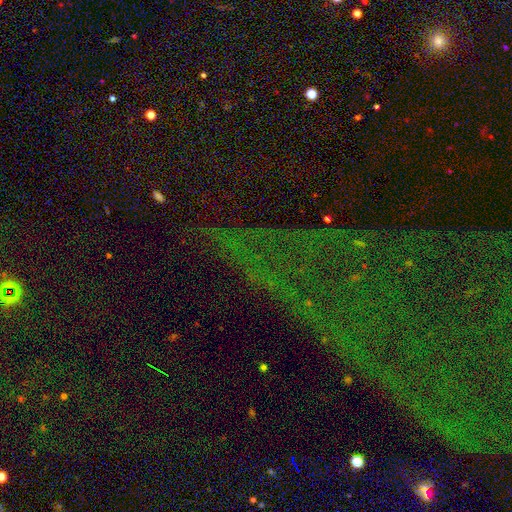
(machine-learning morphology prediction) A star or artifact, not a galaxy (82%).